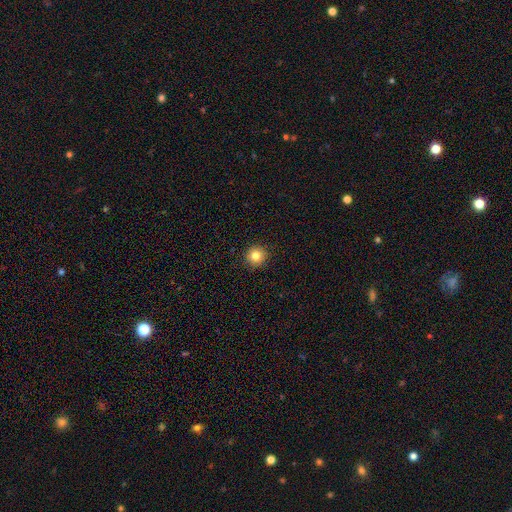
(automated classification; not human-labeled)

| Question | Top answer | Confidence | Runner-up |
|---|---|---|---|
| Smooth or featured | smooth | 82% | star or artifact (11%) |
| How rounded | round | 95% | in between (5%) |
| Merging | none | 92% | minor disturbance (5%) |